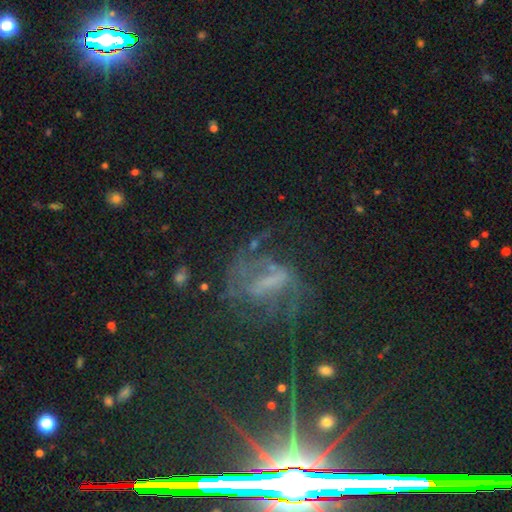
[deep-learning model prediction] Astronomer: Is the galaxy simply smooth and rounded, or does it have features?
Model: featured or disk — 45% (runner-up: star or artifact, 41%).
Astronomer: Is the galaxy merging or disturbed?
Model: none — 47% (runner-up: major disturbance, 31%).